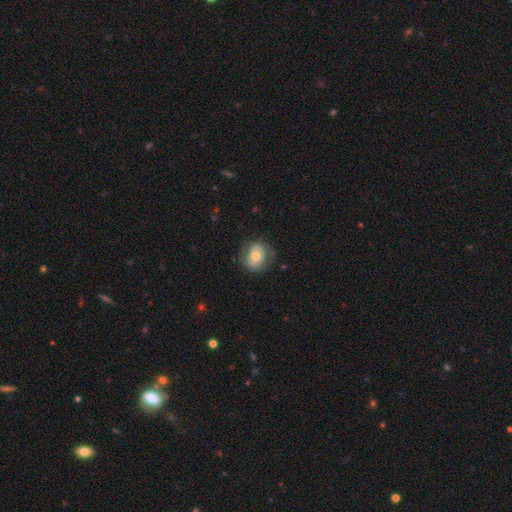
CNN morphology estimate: Q: Smooth or featured?
A: smooth (53%); runner-up: featured or disk (40%)
Q: How rounded?
A: round (55%); runner-up: in between (44%)
Q: Merging?
A: none (69%); runner-up: minor disturbance (20%)